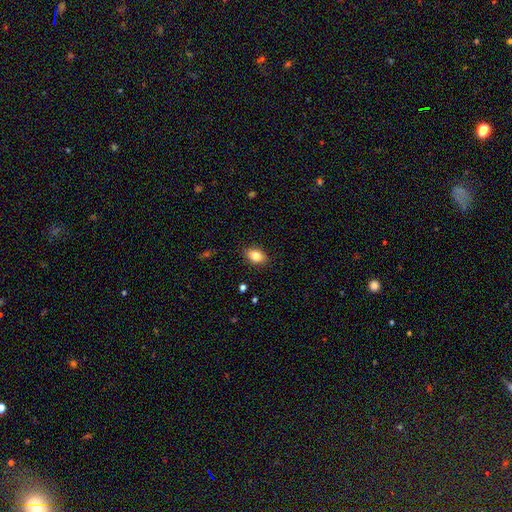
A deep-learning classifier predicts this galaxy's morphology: Smooth or featured?
  - smooth: 84% *
  - star or artifact: 8%
  - featured or disk: 8%
How rounded?
  - in between: 83% *
  - round: 16%
  - cigar-shaped: 2%
Merging?
  - none: 87% *
  - minor disturbance: 9%
  - major disturbance: 2%
  - merger: 1%